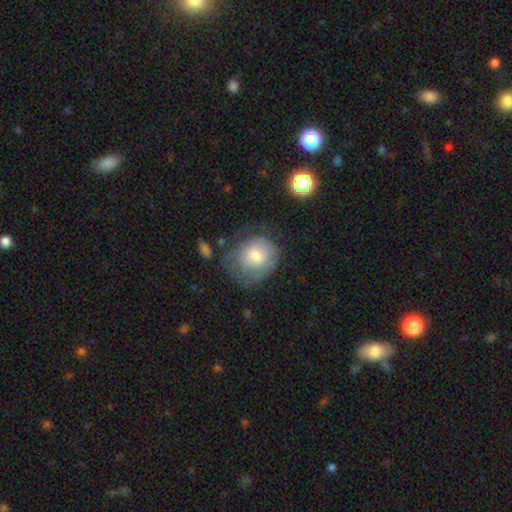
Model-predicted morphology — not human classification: type=smooth (65%); roundness=round (68%); merging=none (41%).